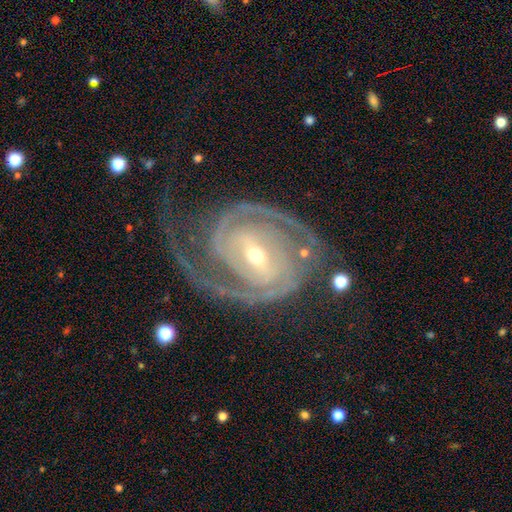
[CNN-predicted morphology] Smooth or featured? featured or disk (93%)
Edge-on disk? no (97%)
Bar? strong (44%)
Spiral arms? yes (99%)
Spiral winding? tight (65%)
Spiral arm count? 2 (74%)
Bulge size? small (53%)
Merging? none (67%)